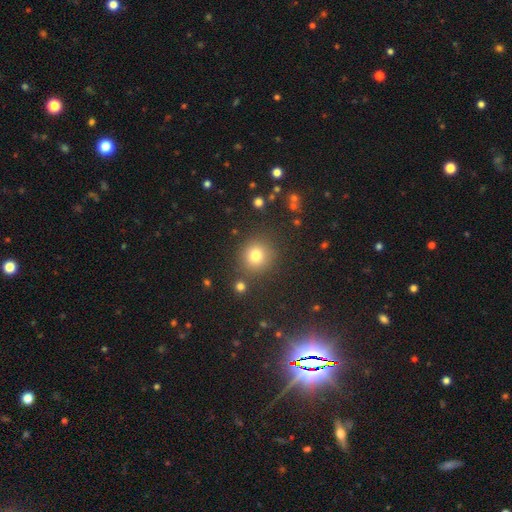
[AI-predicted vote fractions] Overall: smooth (78%). How rounded: round (91%). Merging: none (84%).